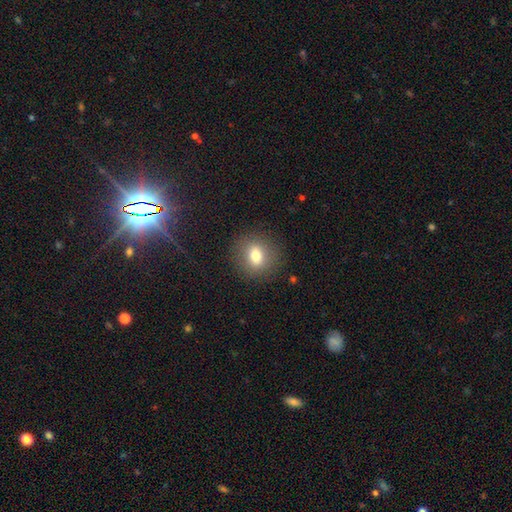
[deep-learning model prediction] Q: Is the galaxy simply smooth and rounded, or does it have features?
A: smooth — 75%.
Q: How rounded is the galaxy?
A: round — 72%.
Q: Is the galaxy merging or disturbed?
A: none — 87%.